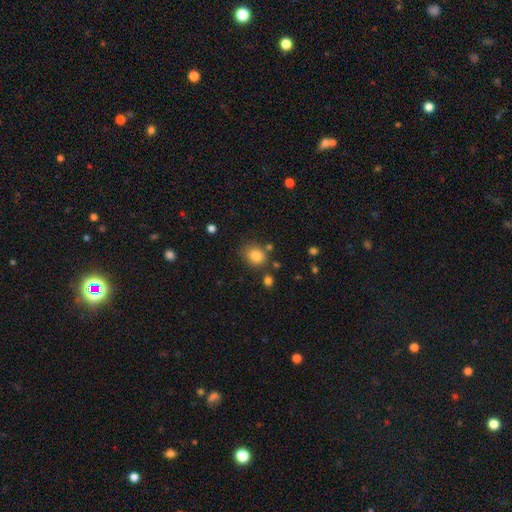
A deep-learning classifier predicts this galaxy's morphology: smooth 83%, star or artifact 11%, featured or disk 7%. Down the decision tree: how rounded — round (63%); merging — none (74%).